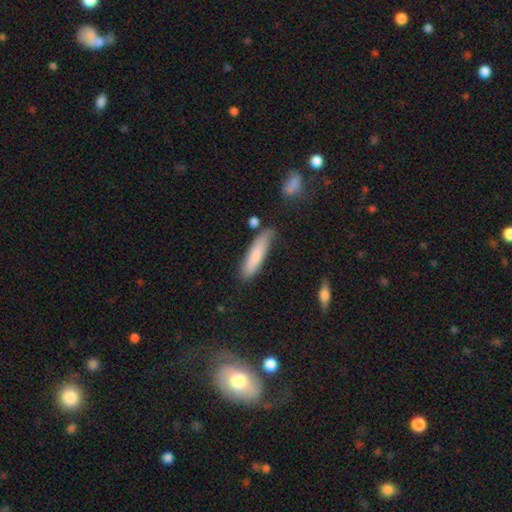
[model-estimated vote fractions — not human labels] Q: Smooth or featured?
A: smooth (75%); runner-up: featured or disk (19%)
Q: How rounded?
A: cigar-shaped (71%); runner-up: in between (27%)
Q: Merging?
A: none (66%); runner-up: minor disturbance (24%)